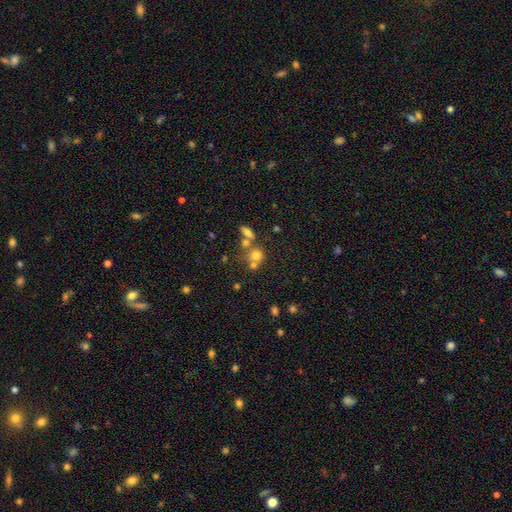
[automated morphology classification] Smooth or featured: smooth — 68% (star or artifact — 17%)
How rounded: round — 83% (in between — 15%)
Merging: none — 48% (merger — 38%)